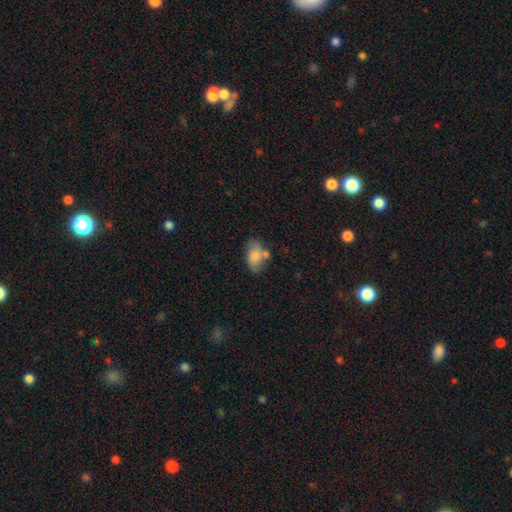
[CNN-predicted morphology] smooth-or-featured: smooth: 78% | featured or disk: 15% | star or artifact: 7%
  how-rounded: in between: 89% | round: 10% | cigar-shaped: 2%
  merging: none: 51% | minor disturbance: 22% | merger: 19% | major disturbance: 7%